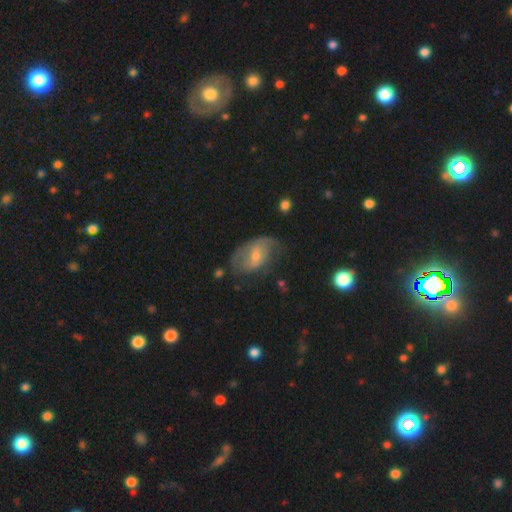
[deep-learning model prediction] Smooth or featured? featured or disk (60%)
Edge-on disk? no (95%)
Bar? weak (49%)
Spiral arms? yes (77%)
Bulge size? small (52%)
Merging? none (49%)